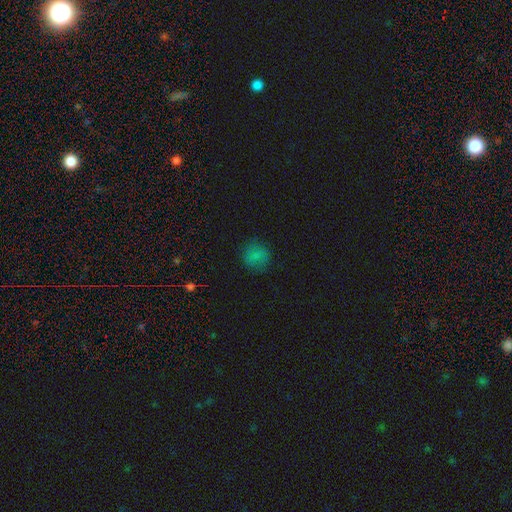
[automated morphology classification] smooth-or-featured: smooth: 74% | star or artifact: 15% | featured or disk: 12%
  how-rounded: round: 85% | in between: 14% | cigar-shaped: 1%
  merging: none: 80% | minor disturbance: 15% | major disturbance: 4% | merger: 1%